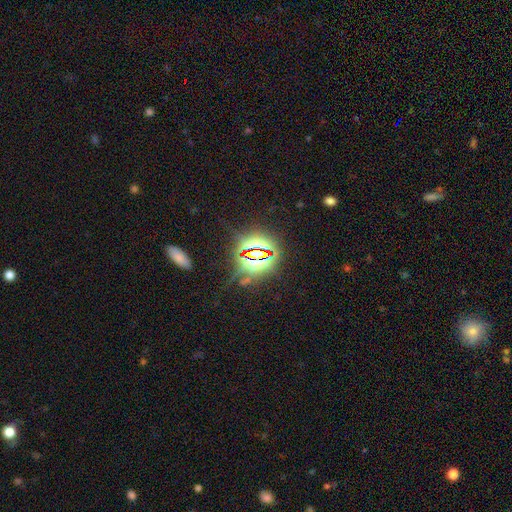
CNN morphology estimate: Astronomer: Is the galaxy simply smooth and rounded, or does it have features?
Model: star or artifact — 79%.